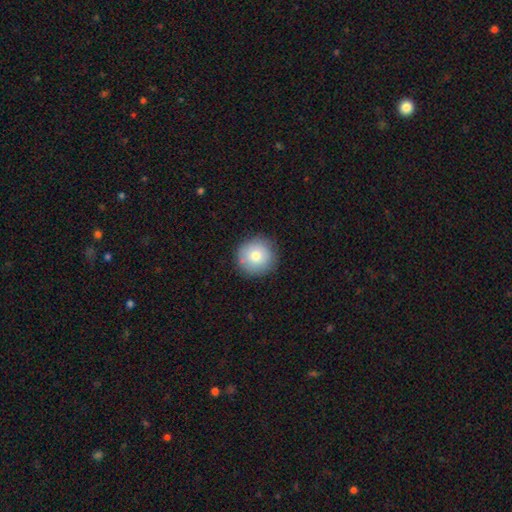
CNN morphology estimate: This appears to be a smooth galaxy with no disk features (78%) that is round (95%). Merging: none (88%).